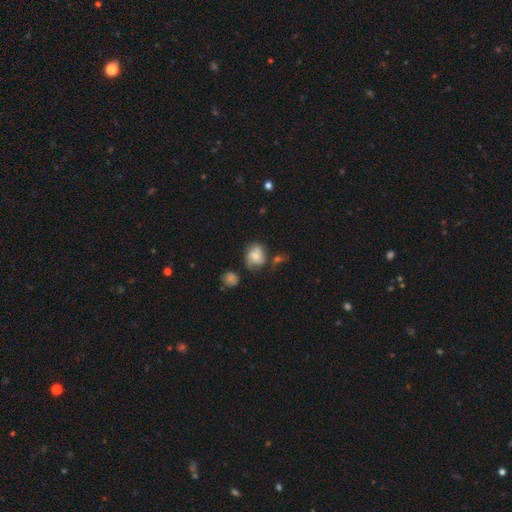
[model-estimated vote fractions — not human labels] smooth-or-featured: smooth: 51% | featured or disk: 40% | star or artifact: 9%
  how-rounded: round: 56% | in between: 43% | cigar-shaped: 1%
  merging: none: 52% | minor disturbance: 27% | major disturbance: 13% | merger: 9%